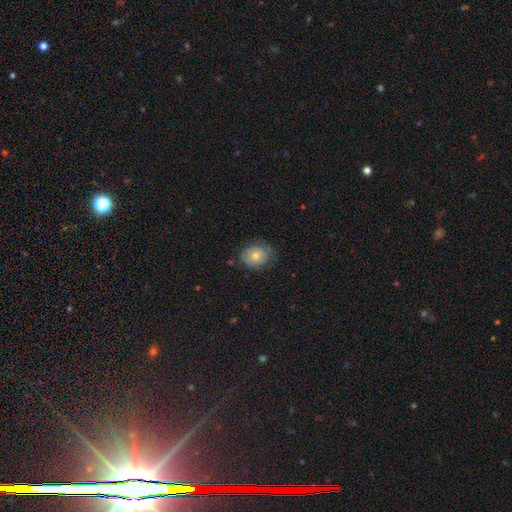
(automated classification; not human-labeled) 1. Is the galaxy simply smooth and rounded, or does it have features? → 62% smooth, 29% featured or disk, 10% star or artifact.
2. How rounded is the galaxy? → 55% round, 44% in between, 1% cigar-shaped.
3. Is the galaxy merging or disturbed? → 73% none, 20% minor disturbance, 5% major disturbance, 1% merger.